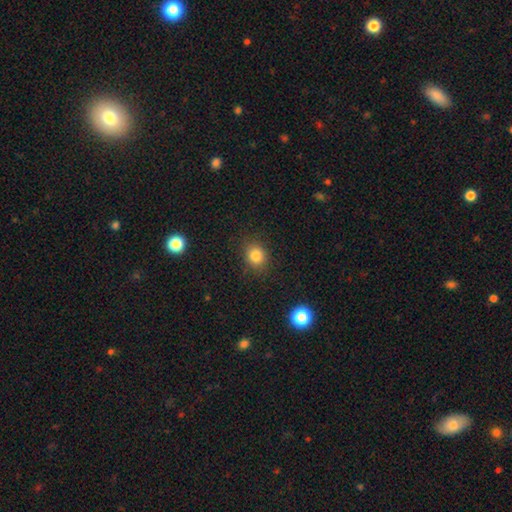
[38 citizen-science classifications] Volunteers were most divided on "how rounded": round: 71%, in between: 29%, cigar-shaped: 0%. More confident: merging — none (89%); smooth or featured — smooth (82%).